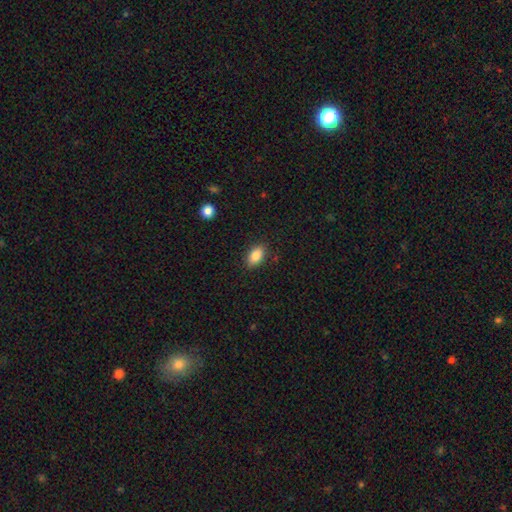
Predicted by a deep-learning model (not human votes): smooth 86%, star or artifact 8%, featured or disk 6%. Down the decision tree: how rounded — in between (89%); merging — none (86%).